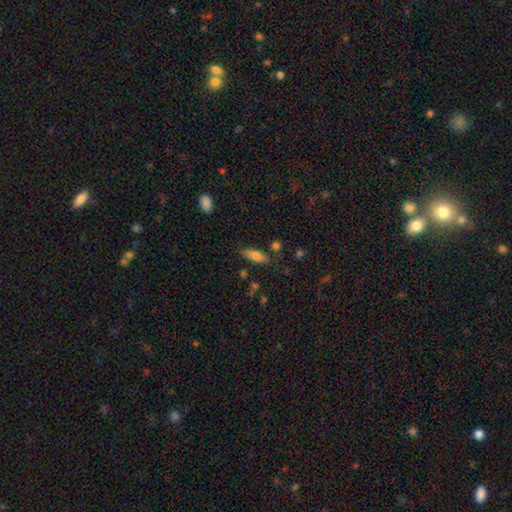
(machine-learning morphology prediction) Smooth or featured? Predicted: smooth (p=0.74). How rounded? Predicted: in between (p=0.65). Merging? Predicted: none (p=0.76).